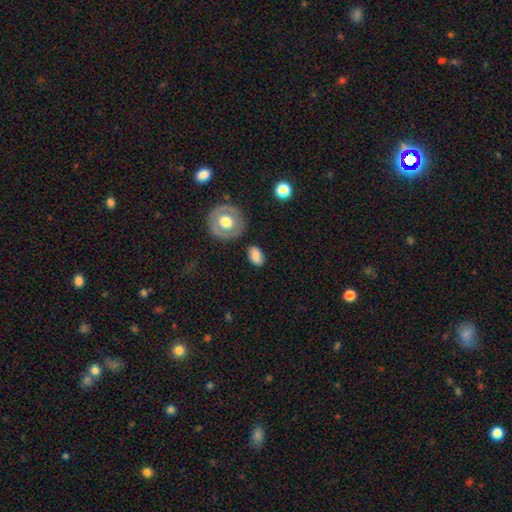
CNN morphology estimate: Overall: smooth (77%). How rounded: in between (83%). Merging: none (81%).